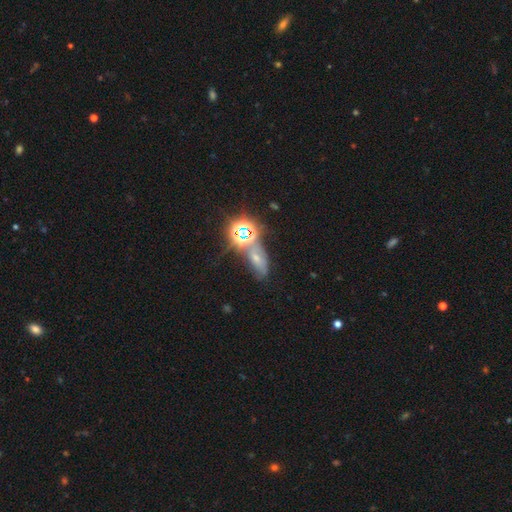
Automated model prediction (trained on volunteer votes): This appears to be a star or artifact, not a galaxy (55%).